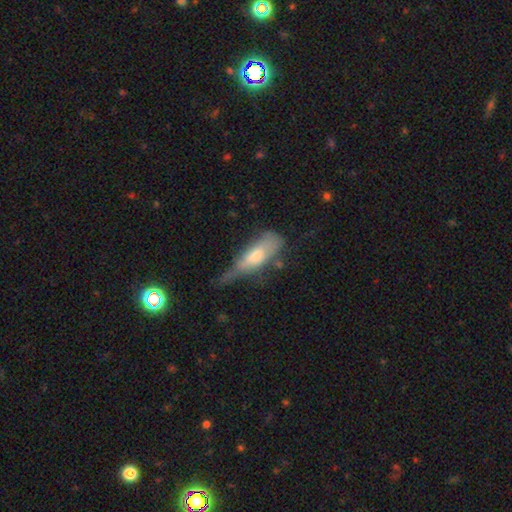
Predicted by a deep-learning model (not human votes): Smooth or featured? Predicted: smooth (p=0.58). How rounded? Predicted: in between (p=0.56). Merging? Predicted: minor disturbance (p=0.38).